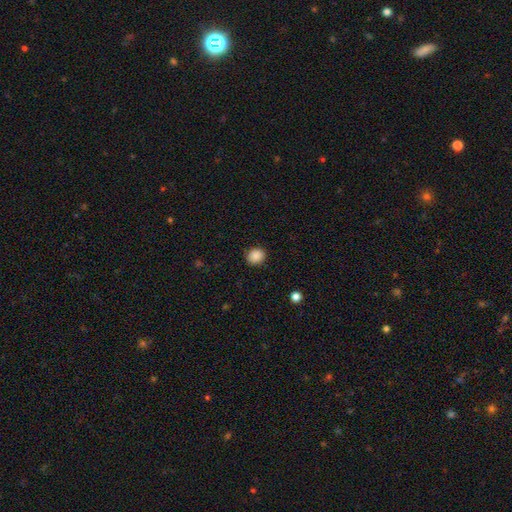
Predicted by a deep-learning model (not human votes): A smooth galaxy with no disk features (88%) that is round (75%).

Vote fractions:
- Smooth or featured? smooth: 88% / star or artifact: 9% / featured or disk: 3%
- How rounded? round: 75% / in between: 25% / cigar-shaped: 1%
- Merging? none: 89% / minor disturbance: 8% / major disturbance: 2% / merger: 1%